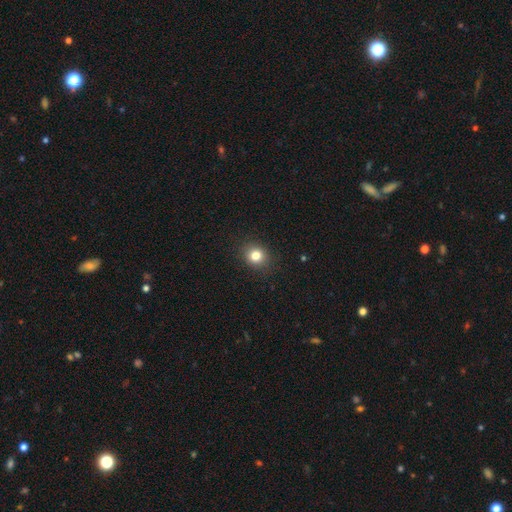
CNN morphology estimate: Smooth or featured?
  - smooth: 81% *
  - star or artifact: 12%
  - featured or disk: 7%
How rounded?
  - round: 76% *
  - in between: 23%
  - cigar-shaped: 1%
Merging?
  - none: 89% *
  - minor disturbance: 8%
  - major disturbance: 2%
  - merger: 1%